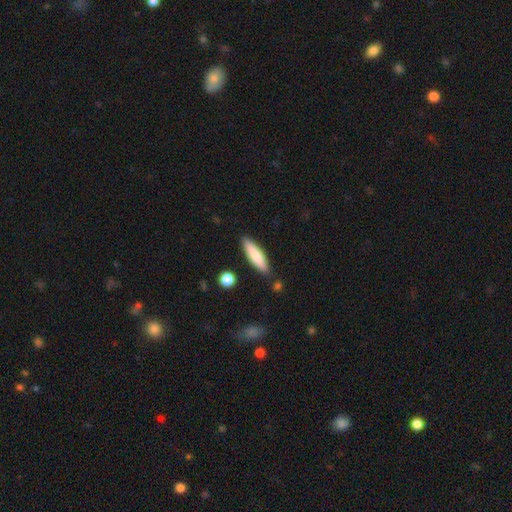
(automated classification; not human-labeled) Smooth or featured? smooth (81%)
How rounded? cigar-shaped (67%)
Merging? none (85%)